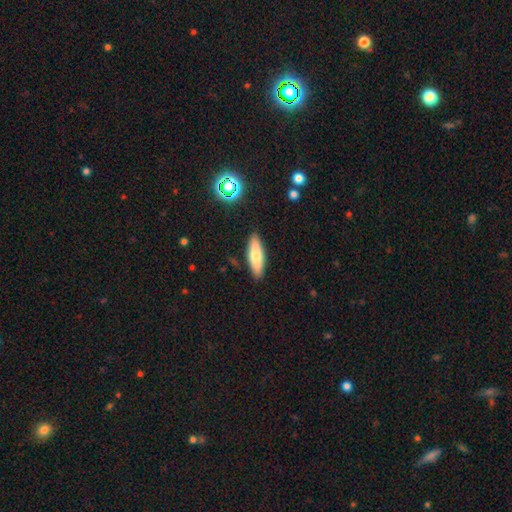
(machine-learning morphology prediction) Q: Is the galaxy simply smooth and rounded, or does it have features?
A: smooth — 73%.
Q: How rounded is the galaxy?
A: cigar-shaped — 50%.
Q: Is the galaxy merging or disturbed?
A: none — 88%.